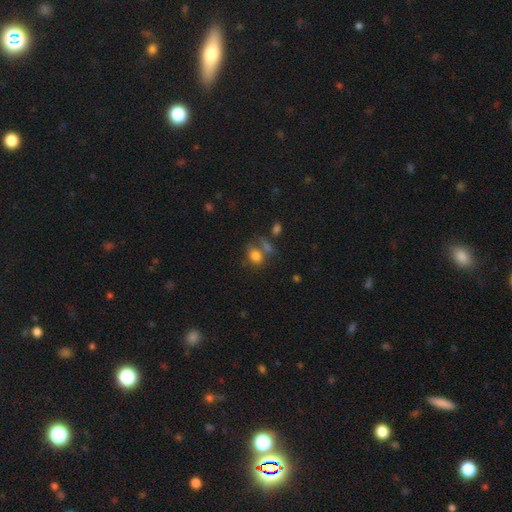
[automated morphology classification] Q: Smooth or featured?
A: smooth (78%); runner-up: star or artifact (12%)
Q: How rounded?
A: in between (63%); runner-up: round (35%)
Q: Merging?
A: none (46%); runner-up: merger (29%)